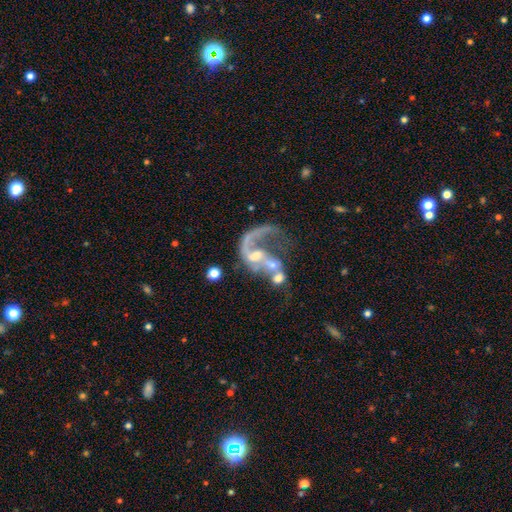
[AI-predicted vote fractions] Smooth or featured? Predicted: featured or disk (p=0.81). Edge-on disk? Predicted: no (p=0.97). Bar? Predicted: no (p=0.54). Spiral arms? Predicted: yes (p=0.76). Spiral winding? Predicted: loose (p=0.72). Spiral arm count? Predicted: 1 (p=0.61). Bulge size? Predicted: small (p=0.40). Merging? Predicted: merger (p=0.40).